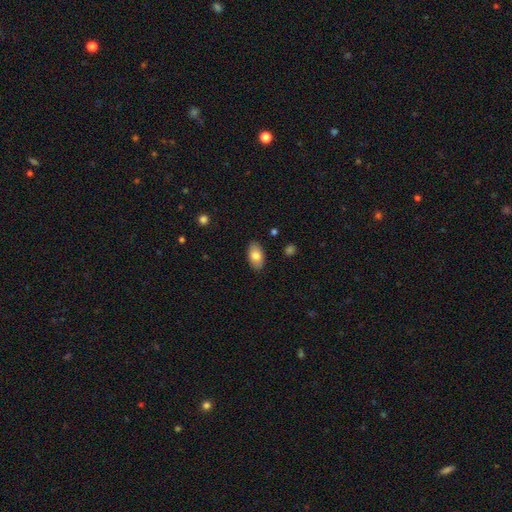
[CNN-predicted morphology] Smooth or featured?
  - smooth: 80% *
  - featured or disk: 13%
  - star or artifact: 7%
How rounded?
  - in between: 94% *
  - round: 4%
  - cigar-shaped: 2%
Merging?
  - none: 88% *
  - minor disturbance: 9%
  - major disturbance: 2%
  - merger: 1%